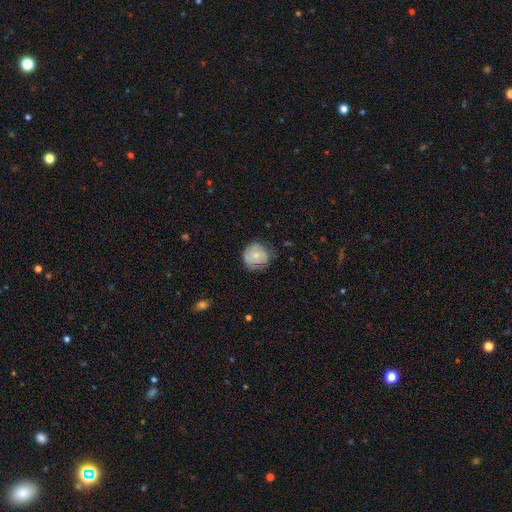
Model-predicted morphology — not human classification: type=smooth (58%); roundness=round (88%); merging=none (68%).